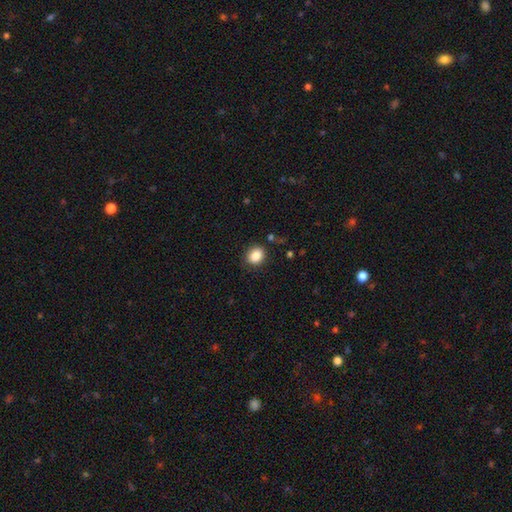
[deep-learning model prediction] The model was most divided on "how rounded": round: 62%, in between: 37%, cigar-shaped: 1%. More confident: smooth or featured — smooth (87%); merging — none (83%).